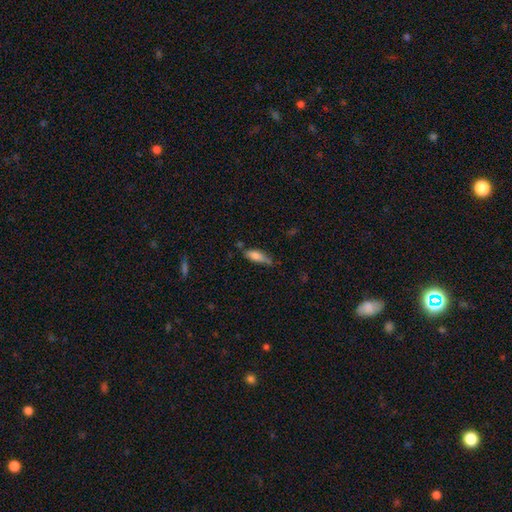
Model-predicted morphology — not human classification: smooth-or-featured: smooth: 78% | featured or disk: 14% | star or artifact: 8%
  how-rounded: in between: 58% | cigar-shaped: 39% | round: 2%
  merging: none: 52% | minor disturbance: 29% | merger: 11% | major disturbance: 7%